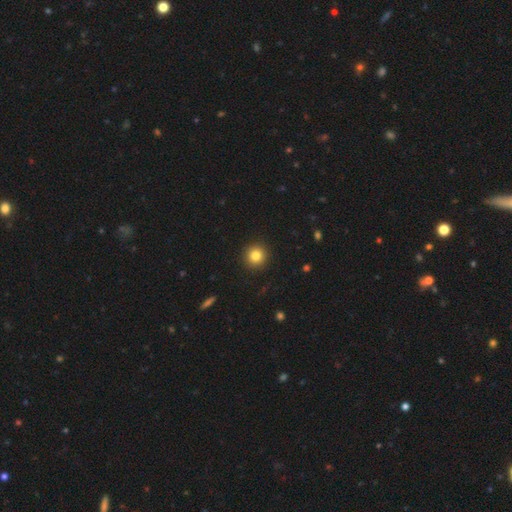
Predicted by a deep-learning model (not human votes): Morphology: type=smooth (83%); roundness=round (95%); merging=none (93%).